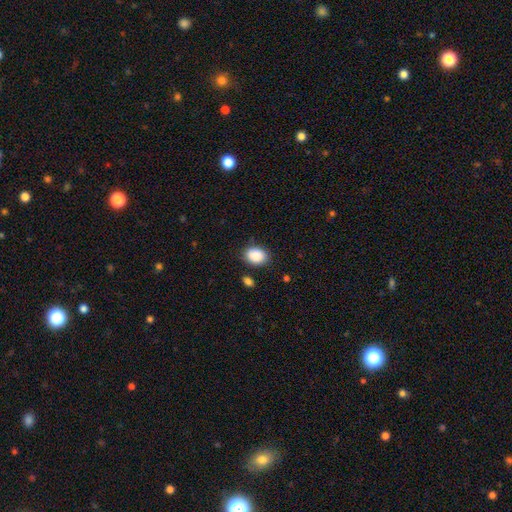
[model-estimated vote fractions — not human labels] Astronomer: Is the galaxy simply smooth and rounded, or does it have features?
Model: smooth — 89%.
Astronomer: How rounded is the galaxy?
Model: in between — 67%.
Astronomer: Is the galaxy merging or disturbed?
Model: none — 82%.